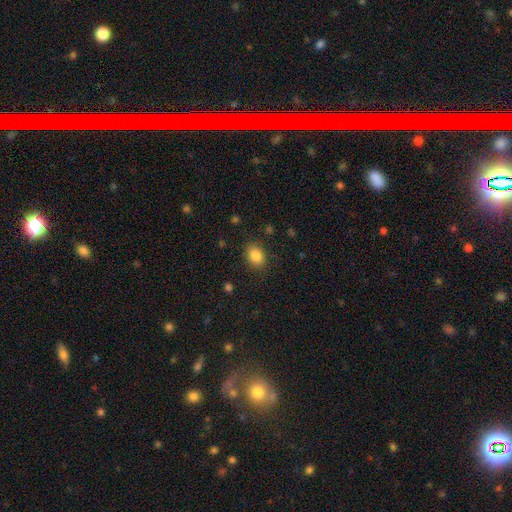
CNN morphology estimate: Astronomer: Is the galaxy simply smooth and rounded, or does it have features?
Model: smooth — 85%.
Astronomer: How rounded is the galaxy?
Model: in between — 61% (runner-up: round, 38%).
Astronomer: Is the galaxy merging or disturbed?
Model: none — 86%.